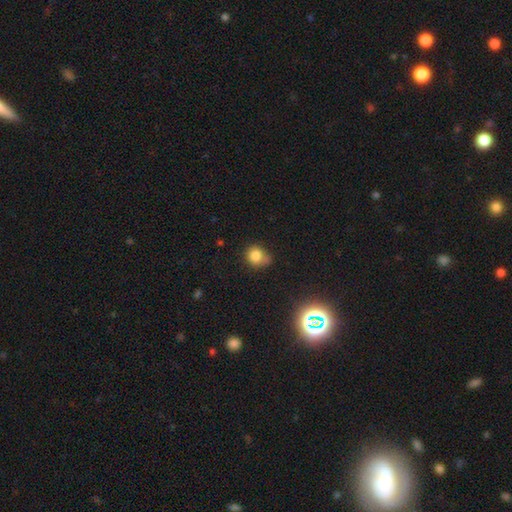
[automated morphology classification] Overall: smooth (80%). How rounded: round (78%). Merging: none (57%; minor disturbance 27%).